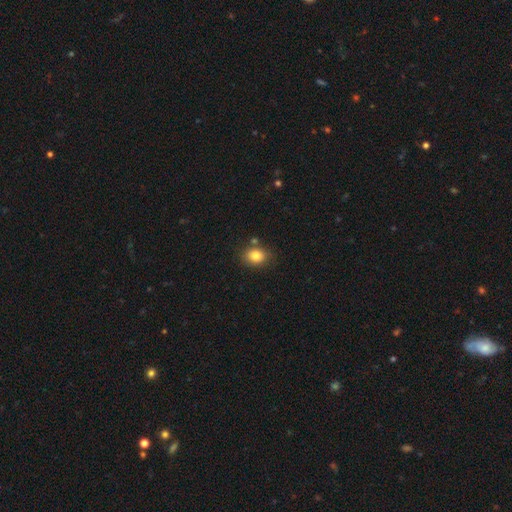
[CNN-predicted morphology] smooth_or_featured: smooth (p=0.82) [alt: star or artifact p=0.10]
how_rounded: in between (p=0.56) [alt: round p=0.43]
merging: none (p=0.74) [alt: minor disturbance p=0.14]